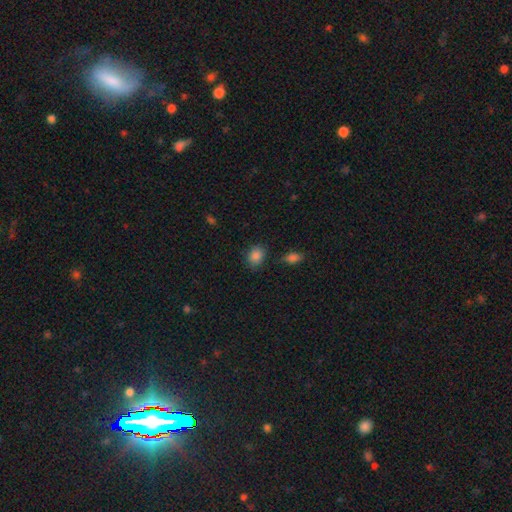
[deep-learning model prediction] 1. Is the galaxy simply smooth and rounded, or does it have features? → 86% smooth, 10% star or artifact, 4% featured or disk.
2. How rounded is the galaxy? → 54% in between, 45% round, 1% cigar-shaped.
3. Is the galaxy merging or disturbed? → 80% none, 13% minor disturbance, 3% merger, 3% major disturbance.